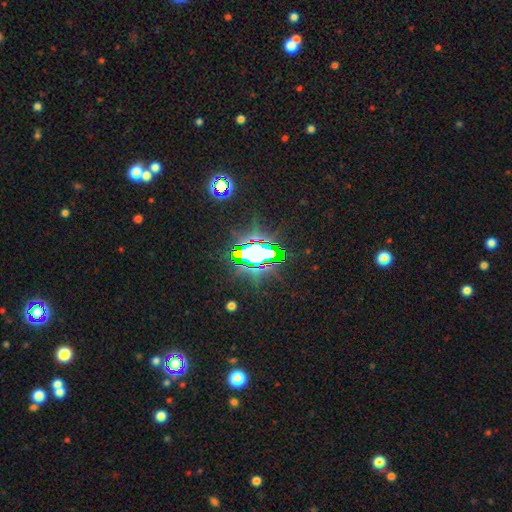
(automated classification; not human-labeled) A star or artifact, not a galaxy (72%).